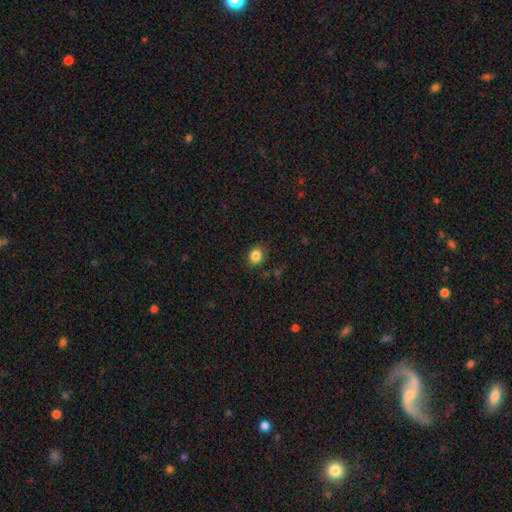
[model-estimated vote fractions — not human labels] Morphology: type=smooth (85%); roundness=round (53%); merging=none (83%).